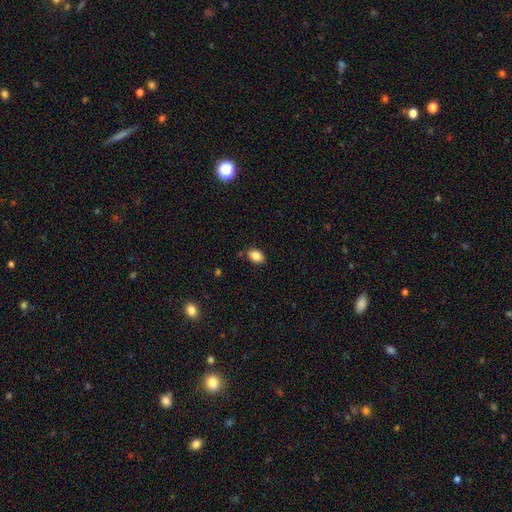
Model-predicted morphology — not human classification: This is clearly a smooth galaxy (86%). How rounded: clearly in between (82%). Merging: clearly none (84%).